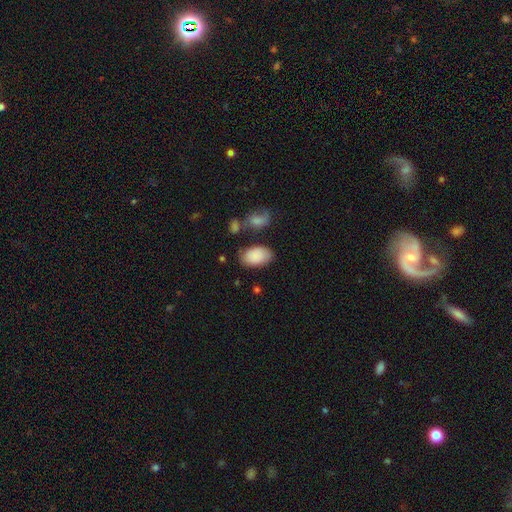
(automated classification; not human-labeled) smooth-or-featured: smooth: 87% | star or artifact: 7% | featured or disk: 6%
  how-rounded: in between: 93% | round: 6% | cigar-shaped: 1%
  merging: none: 73% | minor disturbance: 16% | merger: 6% | major disturbance: 5%